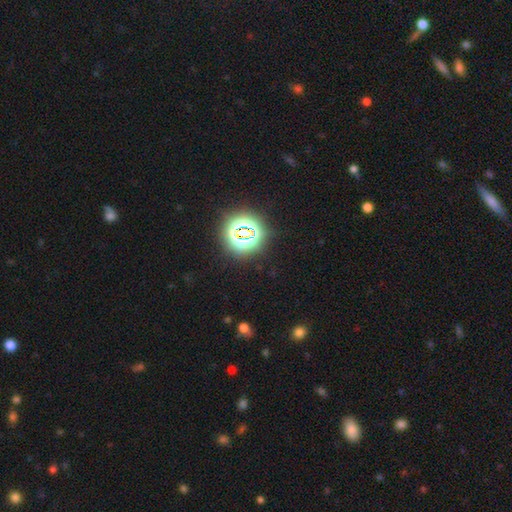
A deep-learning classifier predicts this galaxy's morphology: Q: Smooth or featured?
A: star or artifact (78%); runner-up: smooth (16%)